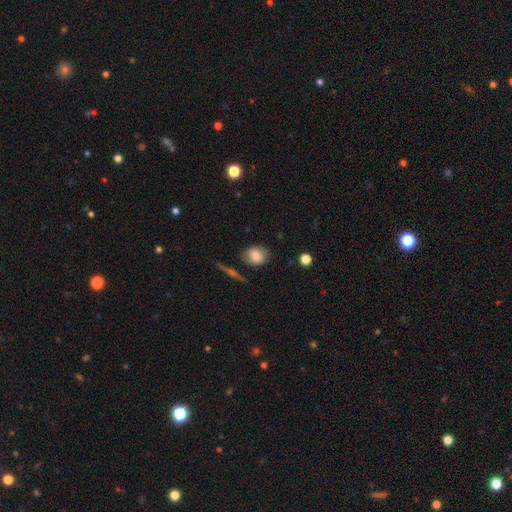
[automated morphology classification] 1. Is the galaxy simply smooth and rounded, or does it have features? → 80% smooth, 12% featured or disk, 8% star or artifact.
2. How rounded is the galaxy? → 52% in between, 46% round, 2% cigar-shaped.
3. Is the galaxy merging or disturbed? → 78% none, 15% minor disturbance, 4% major disturbance, 3% merger.